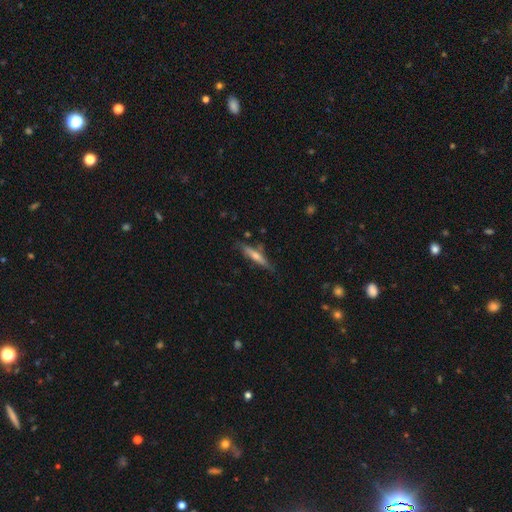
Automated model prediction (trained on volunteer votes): smooth_or_featured: featured or disk (p=0.51) [alt: smooth p=0.43]
disk_edge_on: yes (p=0.93) [alt: no p=0.07]
merging: none (p=0.76) [alt: minor disturbance p=0.16]